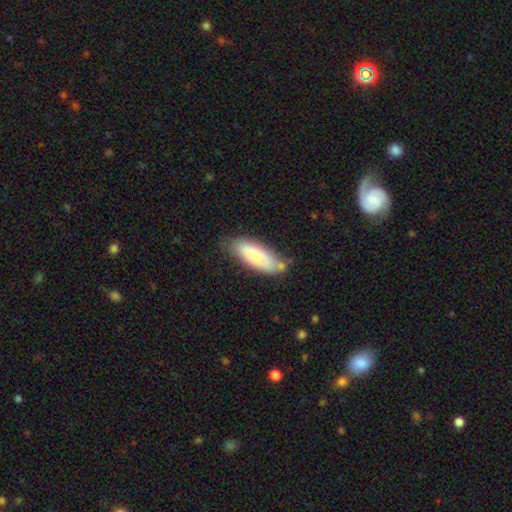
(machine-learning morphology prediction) smooth 73%, featured or disk 21%, star or artifact 6%. Down the decision tree: how rounded — in between (72%); merging — none (60%).